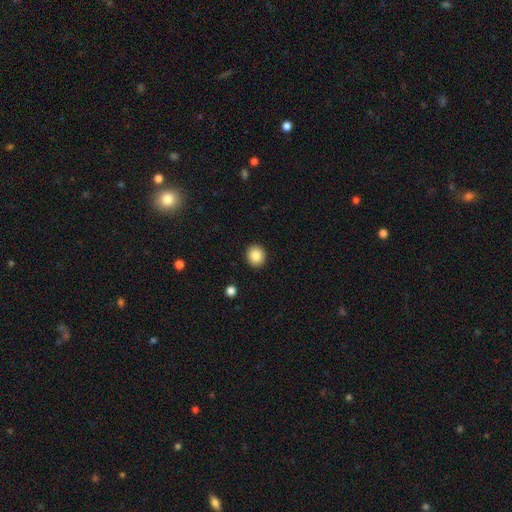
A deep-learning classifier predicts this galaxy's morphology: smooth 86%, star or artifact 9%, featured or disk 5%. Down the decision tree: how rounded — round (84%); merging — none (92%).